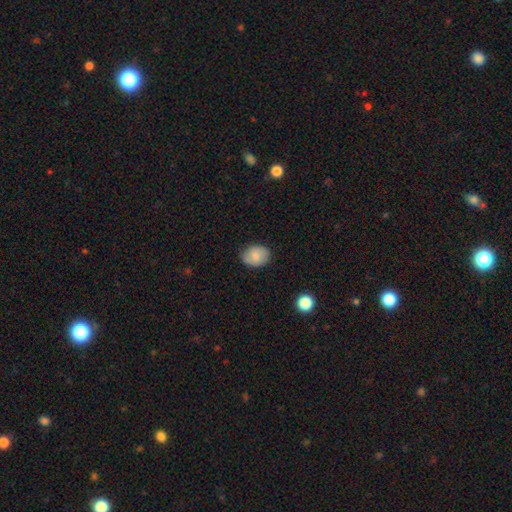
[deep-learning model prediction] smooth 76%, featured or disk 16%, star or artifact 8%. Down the decision tree: how rounded — in between (58%); merging — none (77%).